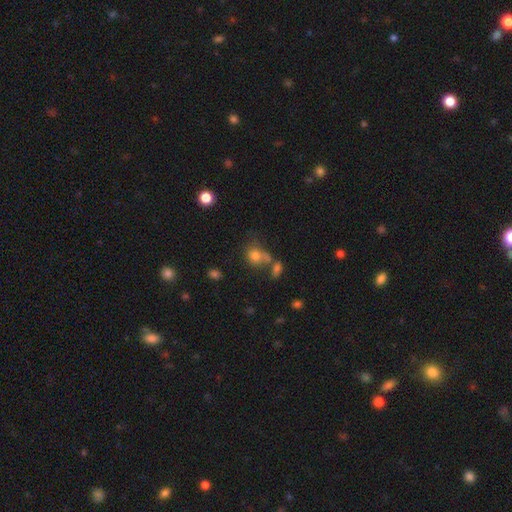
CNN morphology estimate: smooth 76%, star or artifact 13%, featured or disk 12%. Down the decision tree: how rounded — round (61%); merging — none (40%).